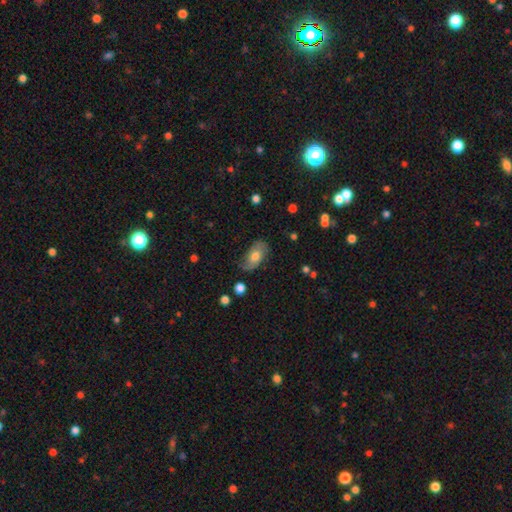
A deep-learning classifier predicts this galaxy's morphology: Smooth or featured? Predicted: smooth (p=0.57). How rounded? Predicted: in between (p=0.90). Merging? Predicted: none (p=0.61).